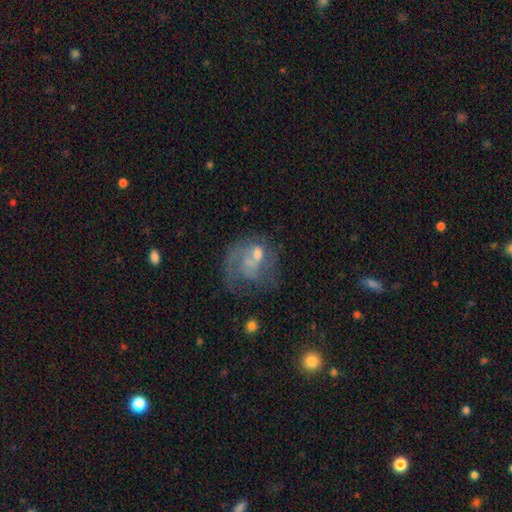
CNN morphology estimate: Smooth or featured? Predicted: featured or disk (p=0.63). Edge-on disk? Predicted: no (p=0.98). Bar? Predicted: no (p=0.71). Spiral arms? Predicted: yes (p=0.67). Bulge size? Predicted: moderate (p=0.36, tied with small). Merging? Predicted: none (p=0.37).